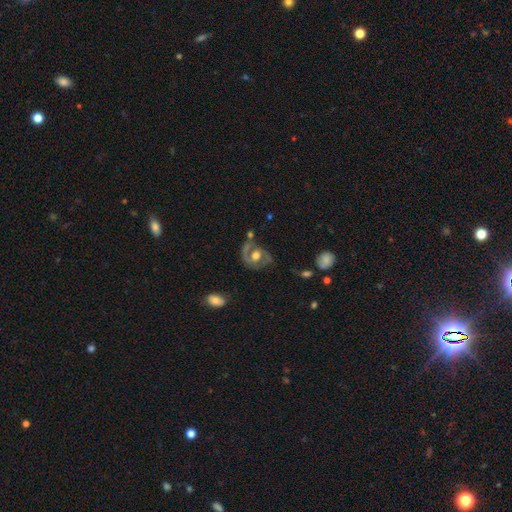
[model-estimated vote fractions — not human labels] This appears to be a featured or disk galaxy (76%) with no bar (64%), 2 (76%) medium (50%) spiral arms (79%) and a moderate central bulge (52%). Merging: none (59%).